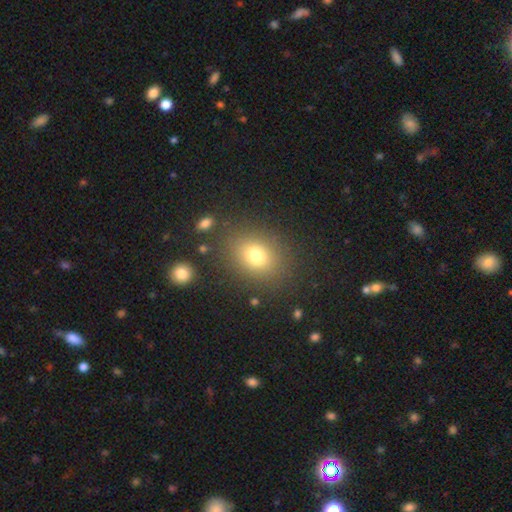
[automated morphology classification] smooth-or-featured: smooth: 77% | star or artifact: 14% | featured or disk: 10%
  how-rounded: round: 50% | in between: 49% | cigar-shaped: 1%
  merging: none: 83% | minor disturbance: 9% | major disturbance: 4% | merger: 3%